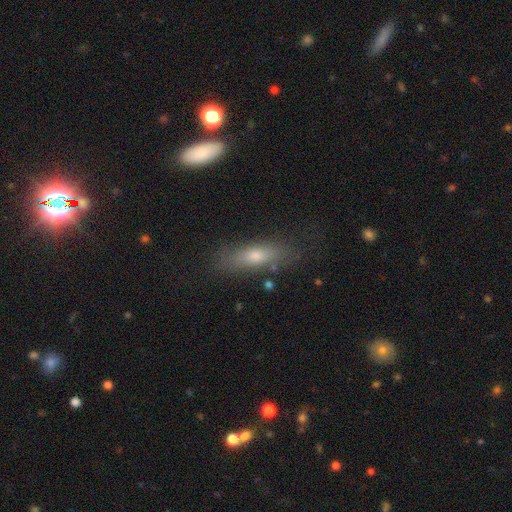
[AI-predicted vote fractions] Q: Smooth or featured?
A: smooth (64%); runner-up: featured or disk (26%)
Q: How rounded?
A: in between (49%); runner-up: cigar-shaped (47%)
Q: Merging?
A: none (76%); runner-up: minor disturbance (15%)